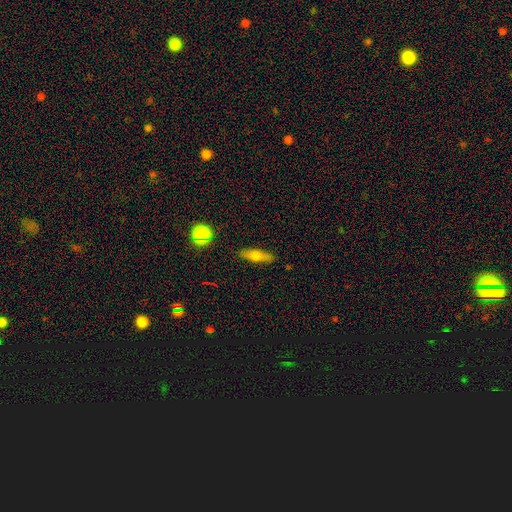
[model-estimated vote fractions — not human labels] This appears to be a smooth galaxy with no disk features (61%) that is cigar-shaped (57%). Merging: none (87%).